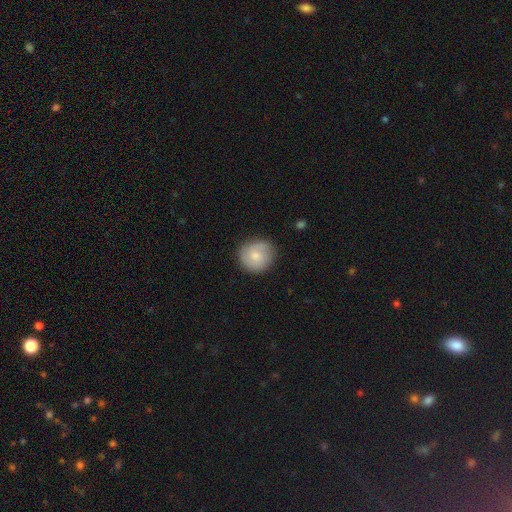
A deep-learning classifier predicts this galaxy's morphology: Smooth or featured?
  - smooth: 71% *
  - featured or disk: 22%
  - star or artifact: 7%
How rounded?
  - round: 91% *
  - in between: 8%
  - cigar-shaped: 1%
Merging?
  - none: 81% *
  - minor disturbance: 14%
  - major disturbance: 3%
  - merger: 1%